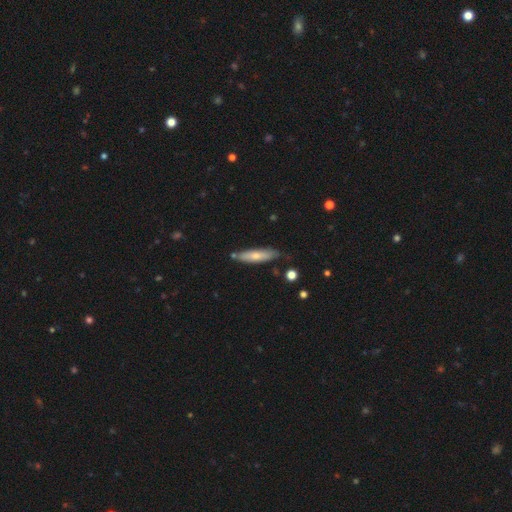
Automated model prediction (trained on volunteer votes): Smooth or featured: smooth — 61% (featured or disk — 33%)
How rounded: cigar-shaped — 76% (in between — 22%)
Merging: none — 76% (minor disturbance — 17%)